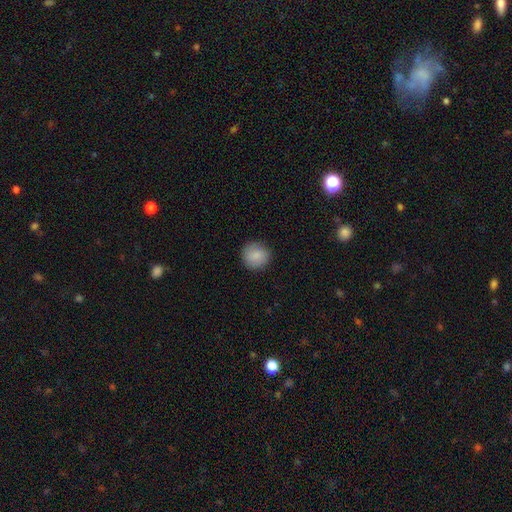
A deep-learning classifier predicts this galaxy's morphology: Smooth or featured? Predicted: smooth (p=0.87). How rounded? Predicted: round (p=0.91). Merging? Predicted: none (p=0.88).